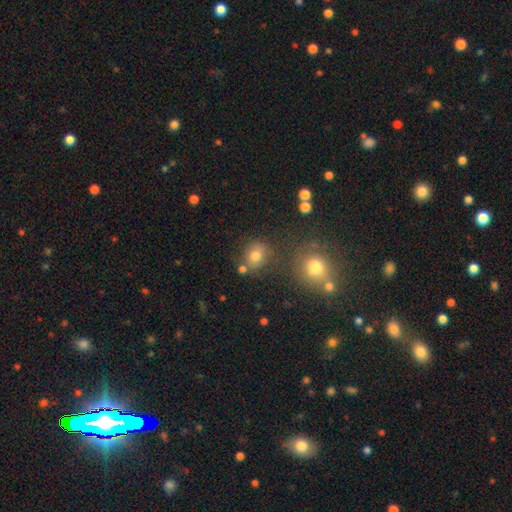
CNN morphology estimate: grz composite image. It shows a smooth galaxy with no disk features (75%) that is round (70%). Merging: none (70%).